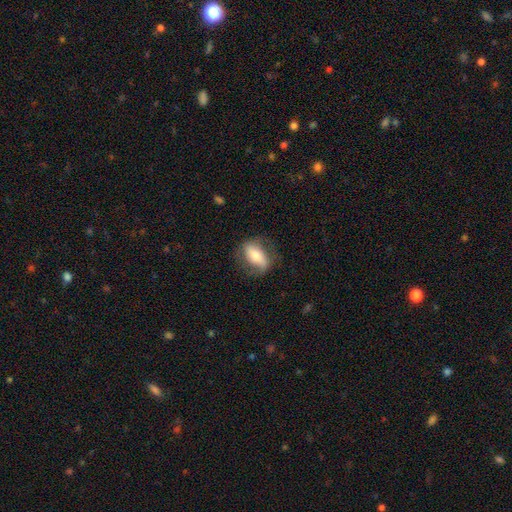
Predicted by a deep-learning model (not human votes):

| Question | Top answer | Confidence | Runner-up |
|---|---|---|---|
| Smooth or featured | smooth | 49% | featured or disk (44%) |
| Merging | none | 71% | minor disturbance (19%) |